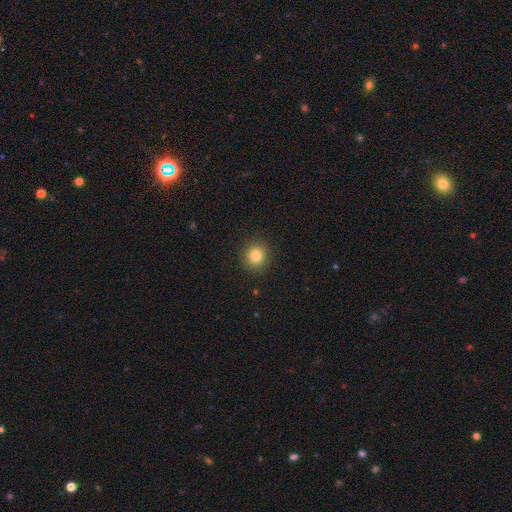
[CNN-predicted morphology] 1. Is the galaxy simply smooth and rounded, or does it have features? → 82% smooth, 12% star or artifact, 6% featured or disk.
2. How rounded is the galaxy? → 90% round, 9% in between, 1% cigar-shaped.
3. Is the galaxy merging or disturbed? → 91% none, 6% minor disturbance, 2% major disturbance, 1% merger.